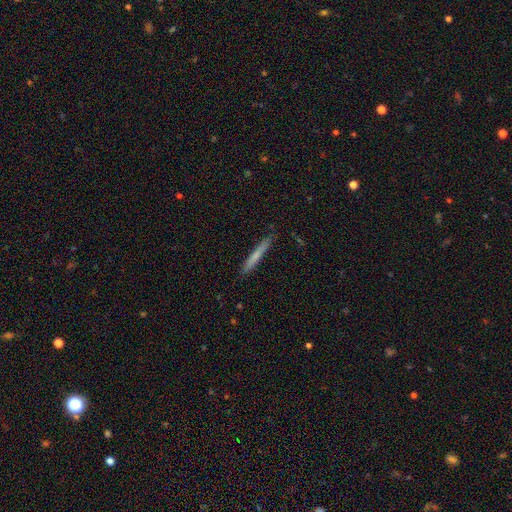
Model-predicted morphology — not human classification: type=smooth (66%); roundness=cigar-shaped (96%); merging=none (87%).